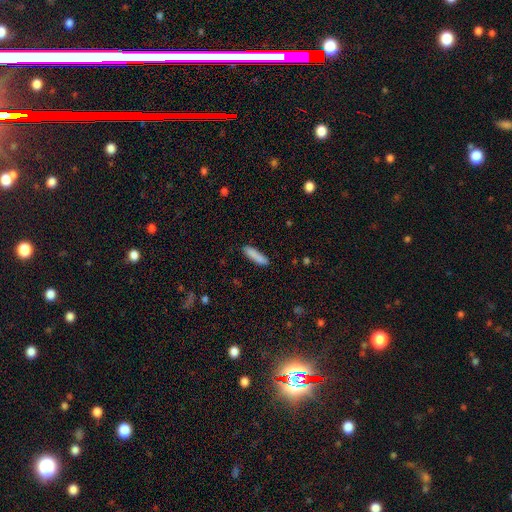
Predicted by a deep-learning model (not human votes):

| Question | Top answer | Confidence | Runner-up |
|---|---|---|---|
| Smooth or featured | smooth | 86% | featured or disk (7%) |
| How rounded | cigar-shaped | 69% | in between (30%) |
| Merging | none | 85% | minor disturbance (11%) |